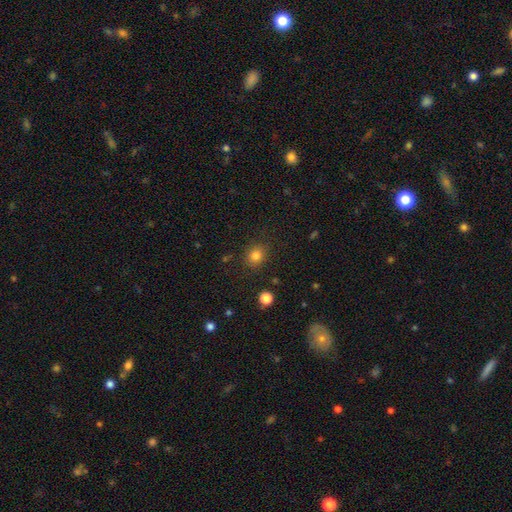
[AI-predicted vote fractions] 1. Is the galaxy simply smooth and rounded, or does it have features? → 82% smooth, 12% star or artifact, 6% featured or disk.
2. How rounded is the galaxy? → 74% round, 25% in between, 1% cigar-shaped.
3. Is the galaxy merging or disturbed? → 86% none, 9% minor disturbance, 3% major disturbance, 2% merger.